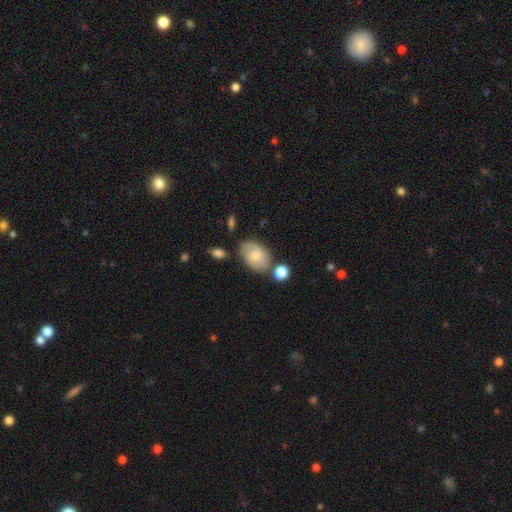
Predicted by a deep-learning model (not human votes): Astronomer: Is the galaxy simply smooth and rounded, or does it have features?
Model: smooth — 61%.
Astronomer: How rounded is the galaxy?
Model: in between — 80%.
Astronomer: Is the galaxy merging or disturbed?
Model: none — 65%.